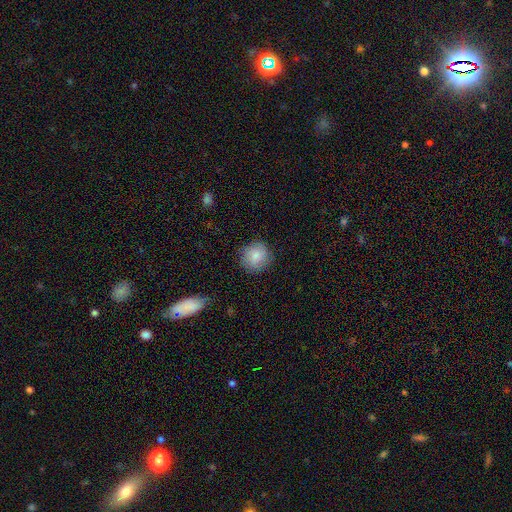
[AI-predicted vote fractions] smooth-or-featured: smooth: 77% | featured or disk: 15% | star or artifact: 8%
  how-rounded: round: 90% | in between: 9% | cigar-shaped: 1%
  merging: none: 83% | minor disturbance: 12% | major disturbance: 3% | merger: 1%